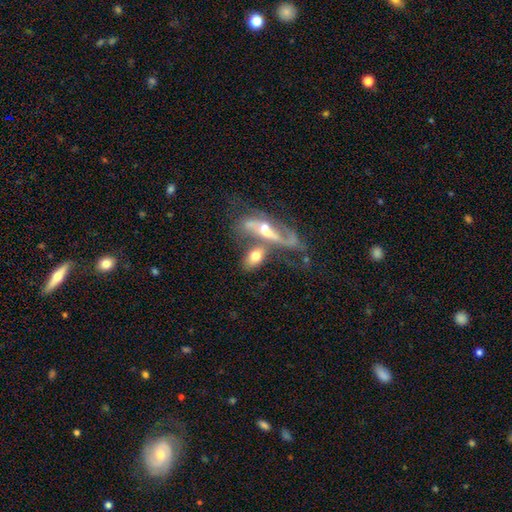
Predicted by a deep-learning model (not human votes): A smooth galaxy with no disk features (53%) that is in between round and cigar-shaped (83%). Merging: merger (57%).